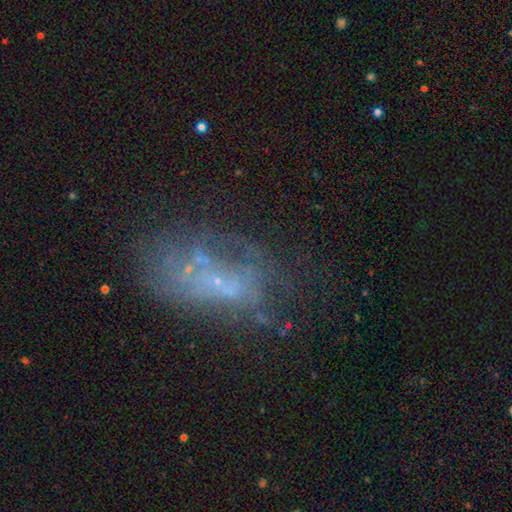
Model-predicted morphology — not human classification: Smooth or featured: featured or disk — 57% (smooth — 23%)
Edge-on disk: no — 96% (yes — 4%)
Bar: no — 88% (weak — 9%)
Spiral arms: no — 88% (yes — 12%)
Bulge size: none — 55% (small — 37%)
Merging: none — 43% (major disturbance — 27%)